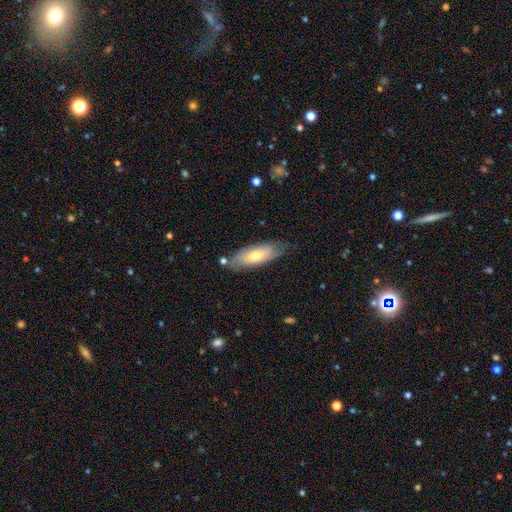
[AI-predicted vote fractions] This appears to be a smooth galaxy with no disk features (61%) that is in between round and cigar-shaped (65%). Merging: none (73%).